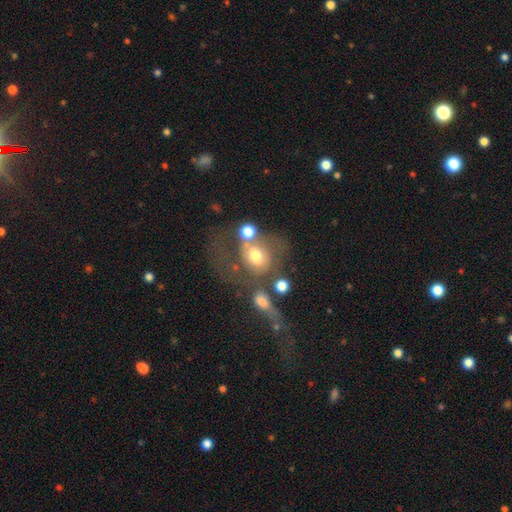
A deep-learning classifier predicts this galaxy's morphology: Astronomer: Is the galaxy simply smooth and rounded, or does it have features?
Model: smooth — 52% (runner-up: featured or disk, 36%).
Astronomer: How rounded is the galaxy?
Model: round — 55% (runner-up: in between, 44%).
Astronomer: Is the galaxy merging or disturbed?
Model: merger — 34% (runner-up: major disturbance, 27%).